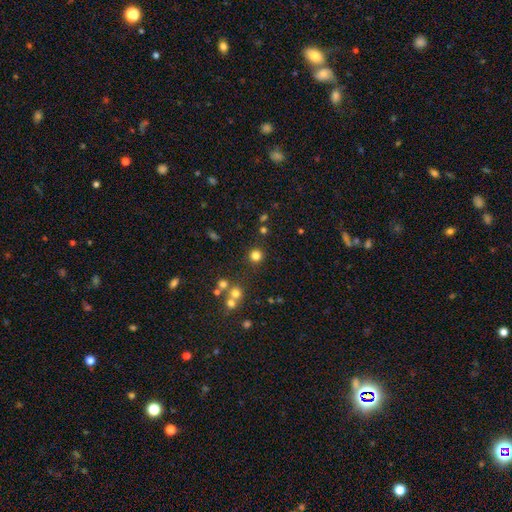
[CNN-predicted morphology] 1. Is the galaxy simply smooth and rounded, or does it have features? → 77% smooth, 18% star or artifact, 6% featured or disk.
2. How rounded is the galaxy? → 94% round, 5% in between, 1% cigar-shaped.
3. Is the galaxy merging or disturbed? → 87% none, 6% minor disturbance, 5% merger, 3% major disturbance.